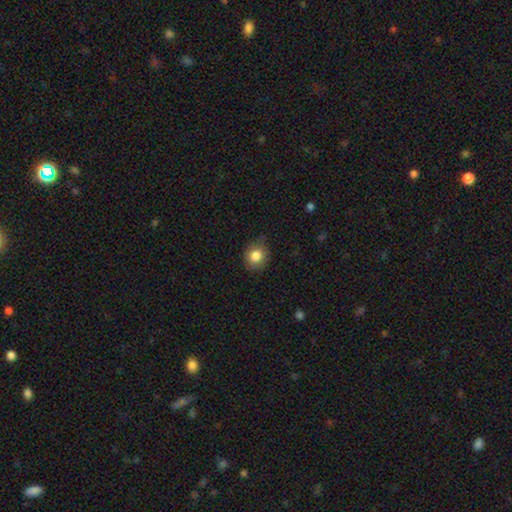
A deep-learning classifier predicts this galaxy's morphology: A smooth galaxy with no disk features (84%) that is round (76%).

Vote fractions:
- Smooth or featured? smooth: 84% / star or artifact: 9% / featured or disk: 7%
- How rounded? round: 76% / in between: 24% / cigar-shaped: 1%
- Merging? none: 78% / minor disturbance: 18% / major disturbance: 3% / merger: 1%